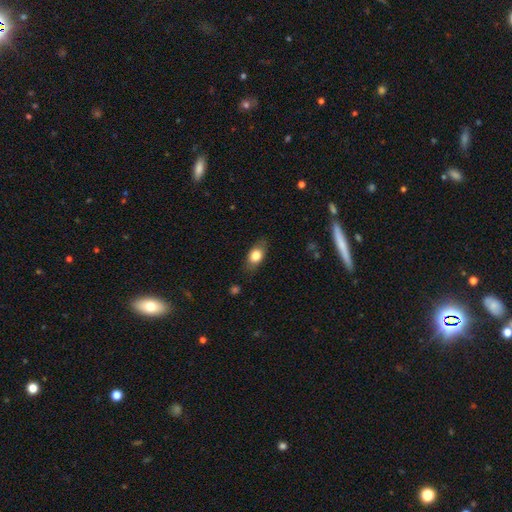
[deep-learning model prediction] Smooth or featured? Predicted: smooth (p=0.77). How rounded? Predicted: in between (p=0.81). Merging? Predicted: none (p=0.78).